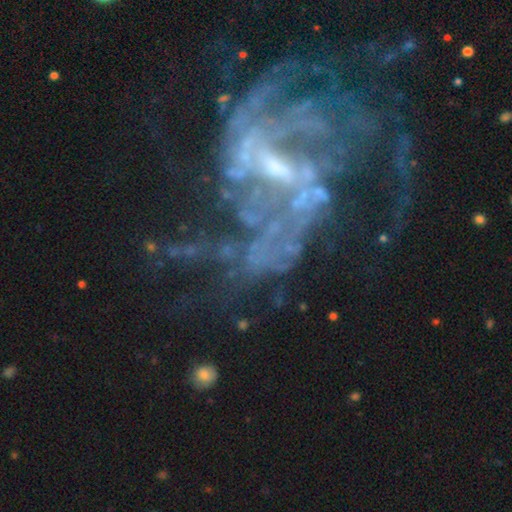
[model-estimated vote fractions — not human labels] Smooth or featured?
  - featured or disk: 86% *
  - star or artifact: 10%
  - smooth: 5%
Edge-on disk?
  - no: 97% *
  - yes: 3%
Bar?
  - weak: 47% *
  - strong: 30%
  - no: 24%
Spiral arms?
  - yes: 89% *
  - no: 11%
Spiral winding?
  - loose: 45% *
  - medium: 38%
  - tight: 16%
Spiral arm count?
  - 2: 46% *
  - can't tell: 23%
  - 3: 11%
  - 4: 7%
  - 1: 7%
  - more than 4: 6%
Bulge size?
  - small: 50% *
  - moderate: 32%
  - none: 14%
  - large: 3%
  - dominant: 1%
Merging?
  - none: 41% *
  - major disturbance: 37%
  - minor disturbance: 16%
  - merger: 6%